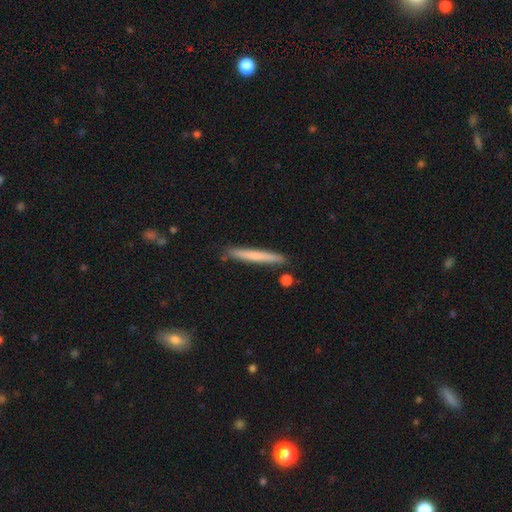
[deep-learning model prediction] smooth_or_featured: smooth (p=0.63) [alt: featured or disk p=0.31]
how_rounded: cigar-shaped (p=0.96) [alt: in between p=0.02]
merging: none (p=0.86) [alt: minor disturbance p=0.09]